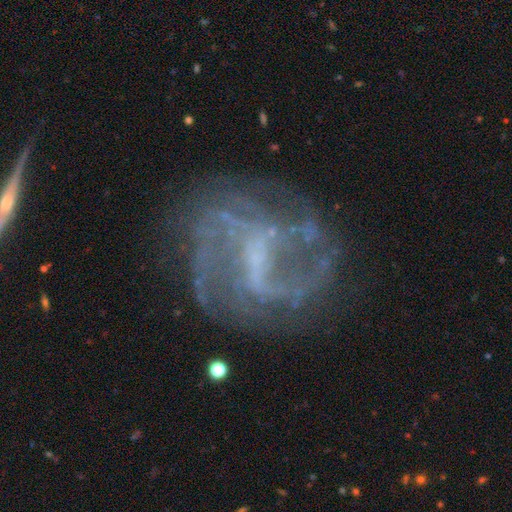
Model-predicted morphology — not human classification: Smooth or featured: featured or disk — 83% (star or artifact — 10%)
Edge-on disk: no — 97% (yes — 3%)
Bar: weak — 49% (strong — 29%)
Spiral arms: yes — 85% (no — 15%)
Spiral winding: medium — 40% (loose — 36%)
Spiral arm count: 2 — 34% (can't tell — 31%)
Bulge size: none — 43% (small — 40%)
Merging: none — 63% (major disturbance — 17%)